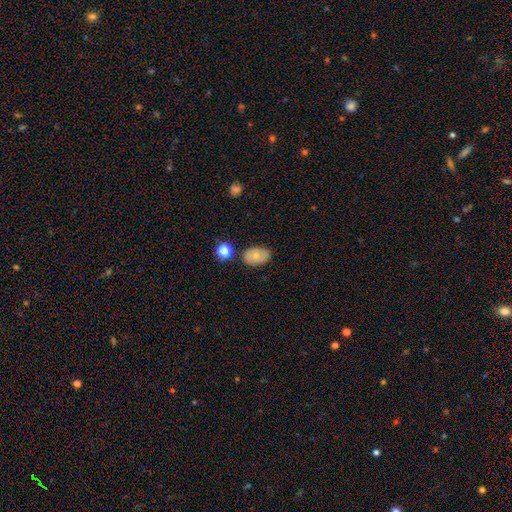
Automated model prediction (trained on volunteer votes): Smooth or featured: smooth — 63% (featured or disk — 27%)
How rounded: in between — 84% (round — 15%)
Merging: none — 77% (minor disturbance — 16%)